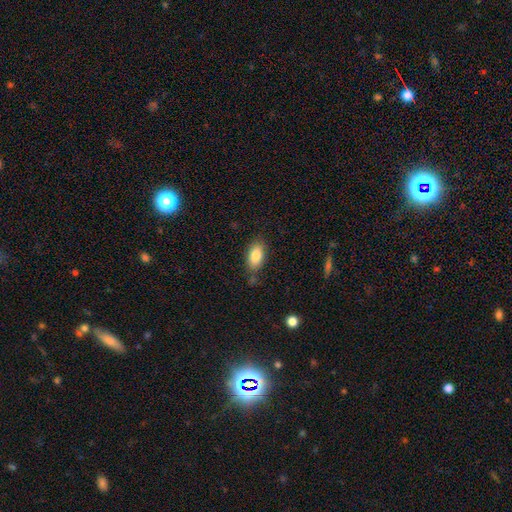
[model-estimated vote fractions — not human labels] A smooth galaxy with no disk features (85%) that is in between round and cigar-shaped (92%).

Vote fractions:
- Smooth or featured? smooth: 85% / featured or disk: 8% / star or artifact: 7%
- How rounded? in between: 92% / round: 4% / cigar-shaped: 4%
- Merging? none: 76% / minor disturbance: 16% / major disturbance: 4% / merger: 4%